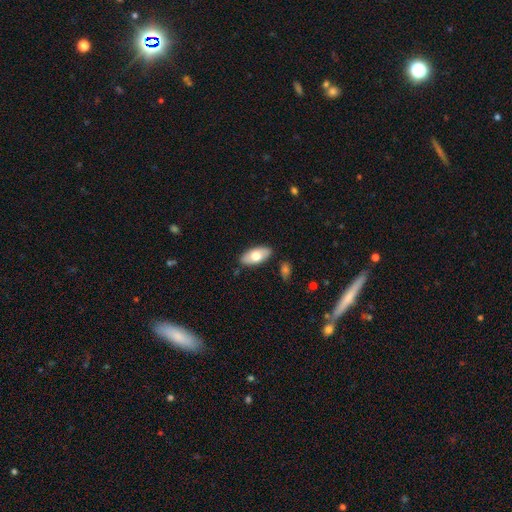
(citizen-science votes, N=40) Volunteers were most divided on "smooth or featured": smooth: 68%, featured or disk: 30%, star or artifact: 2%. More confident: how rounded — in between (89%); merging — none (87%).